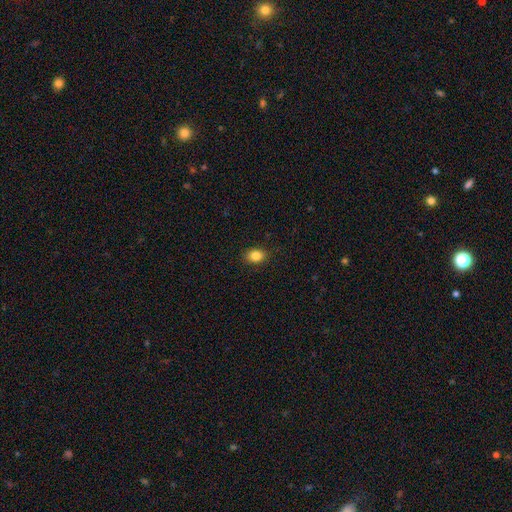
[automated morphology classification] smooth-or-featured: smooth: 85% | star or artifact: 10% | featured or disk: 5%
  how-rounded: in between: 67% | round: 32% | cigar-shaped: 1%
  merging: none: 89% | minor disturbance: 8% | major disturbance: 2% | merger: 1%